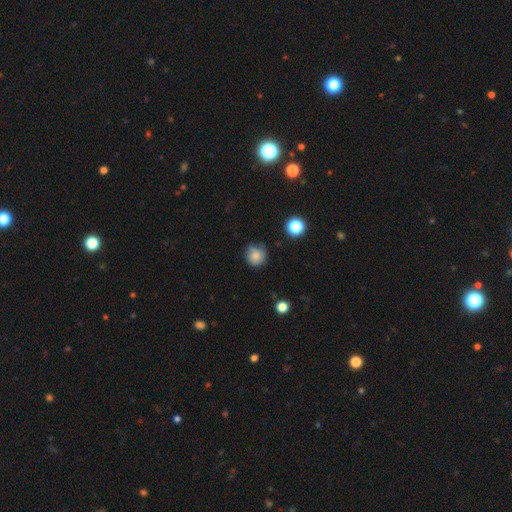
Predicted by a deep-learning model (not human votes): Smooth or featured? Predicted: smooth (p=0.79). How rounded? Predicted: round (p=0.89). Merging? Predicted: none (p=0.66).